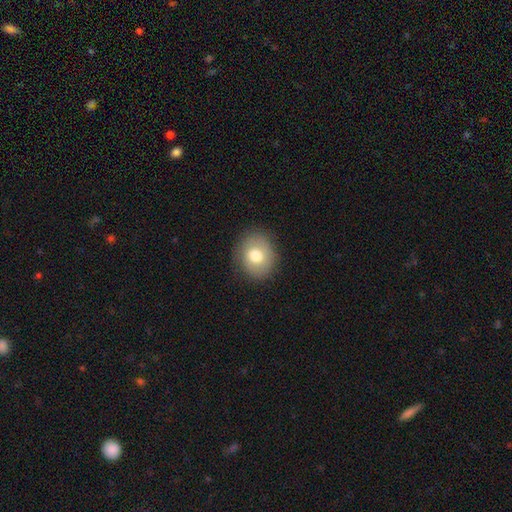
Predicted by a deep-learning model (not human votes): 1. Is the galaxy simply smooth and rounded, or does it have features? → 75% smooth, 16% featured or disk, 9% star or artifact.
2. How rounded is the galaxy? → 71% round, 28% in between, 1% cigar-shaped.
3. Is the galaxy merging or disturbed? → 85% none, 11% minor disturbance, 3% major disturbance, 1% merger.